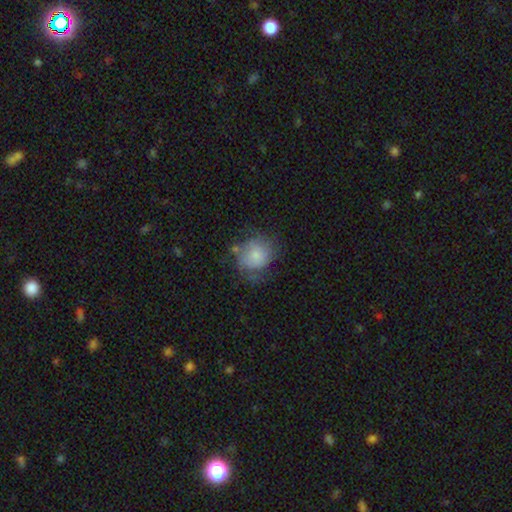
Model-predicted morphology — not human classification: smooth 68%, featured or disk 24%, star or artifact 8%. Down the decision tree: how rounded — round (73%); merging — none (49%).